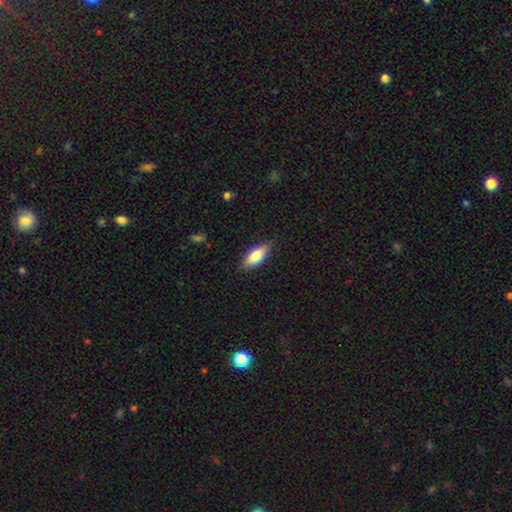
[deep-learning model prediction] smooth-or-featured: smooth: 72% | featured or disk: 22% | star or artifact: 6%
  how-rounded: in between: 72% | cigar-shaped: 26% | round: 2%
  merging: none: 83% | minor disturbance: 13% | major disturbance: 3% | merger: 1%